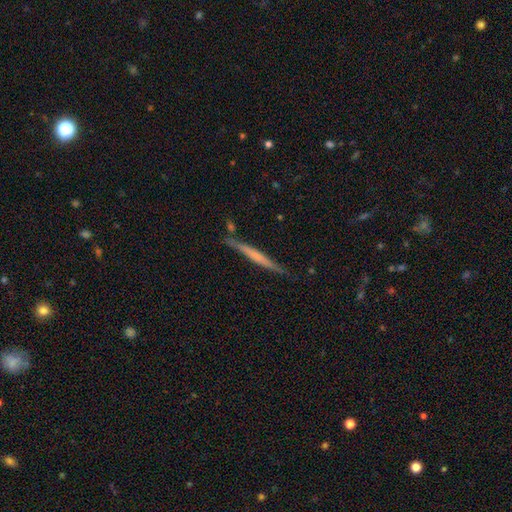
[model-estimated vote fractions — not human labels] A featured or disk galaxy (53%) viewed edge-on (97%) with no central bulge (68%). Merging: none (83%).